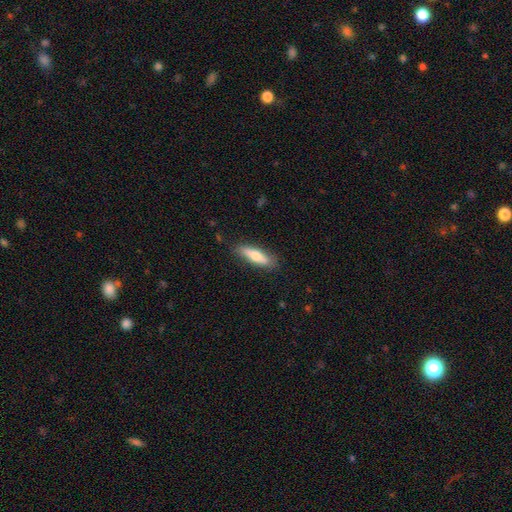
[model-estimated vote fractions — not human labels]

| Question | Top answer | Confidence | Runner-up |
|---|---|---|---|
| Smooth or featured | smooth | 68% | featured or disk (26%) |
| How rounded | cigar-shaped | 58% | in between (40%) |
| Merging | none | 83% | minor disturbance (14%) |